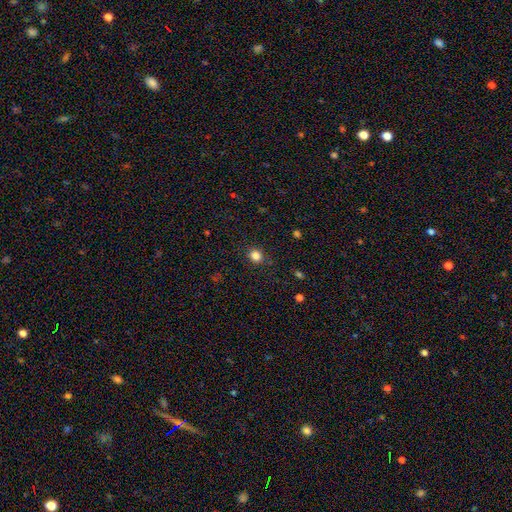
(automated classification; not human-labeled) Morphology: type=smooth (84%); roundness=round (81%); merging=none (88%).